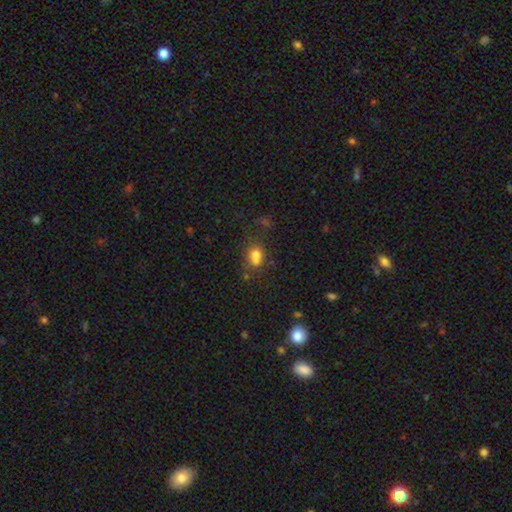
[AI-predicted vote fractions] A smooth galaxy with no disk features (72%) that is round (58%).

Vote fractions:
- Smooth or featured? smooth: 72% / star or artifact: 14% / featured or disk: 14%
- How rounded? round: 58% / in between: 41% / cigar-shaped: 1%
- Merging? none: 41% / merger: 37% / minor disturbance: 14% / major disturbance: 7%